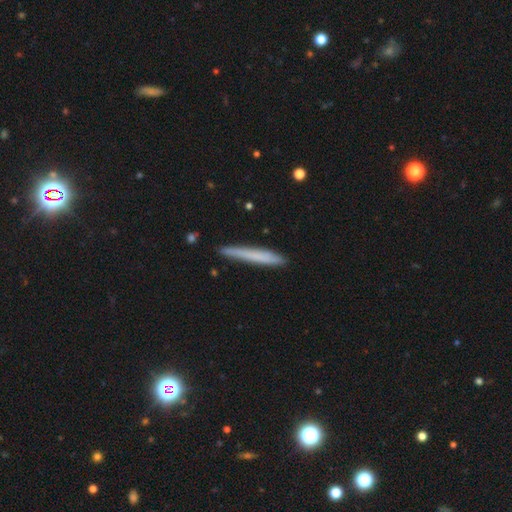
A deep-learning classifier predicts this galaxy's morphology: Smooth or featured? Predicted: smooth (p=0.67). How rounded? Predicted: cigar-shaped (p=0.96). Merging? Predicted: none (p=0.86).